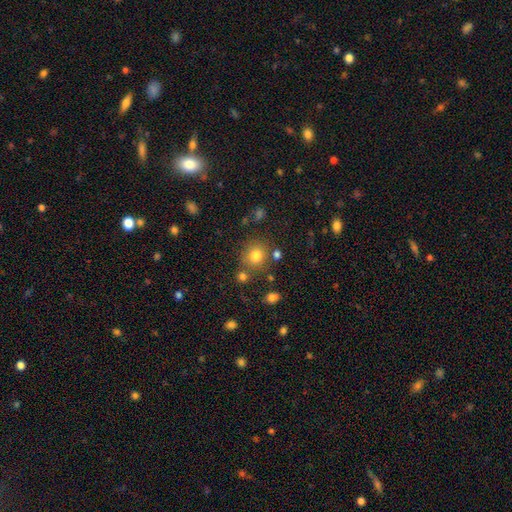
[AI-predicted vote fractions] This is likely a smooth galaxy (78%). How rounded: clearly round (86%). Merging: likely none (75%).